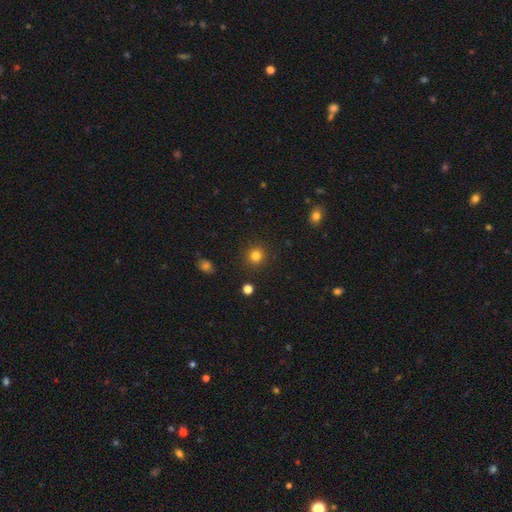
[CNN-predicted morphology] smooth 82%, star or artifact 13%, featured or disk 5%. Down the decision tree: how rounded — round (91%); merging — none (91%).